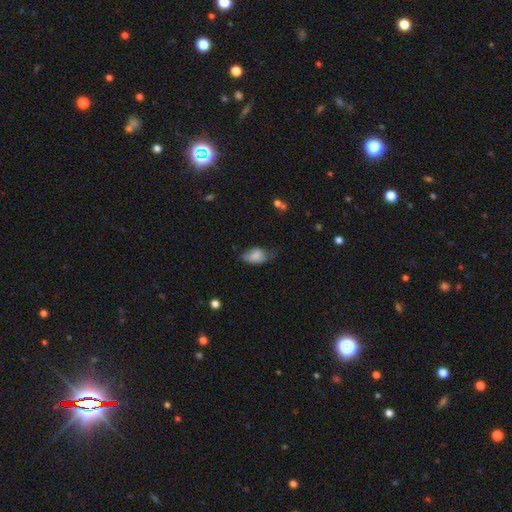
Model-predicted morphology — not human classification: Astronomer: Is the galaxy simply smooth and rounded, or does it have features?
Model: smooth — 81%.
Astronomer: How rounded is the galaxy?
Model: in between — 88%.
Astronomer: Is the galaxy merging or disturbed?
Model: none — 45% (runner-up: minor disturbance, 40%).